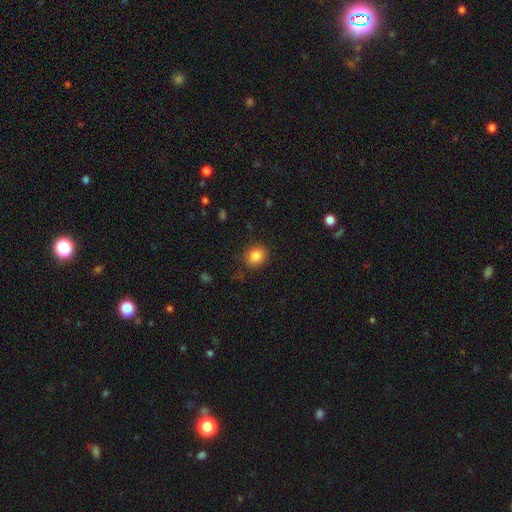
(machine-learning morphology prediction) Overall: smooth (85%). How rounded: round (71%). Merging: none (84%).